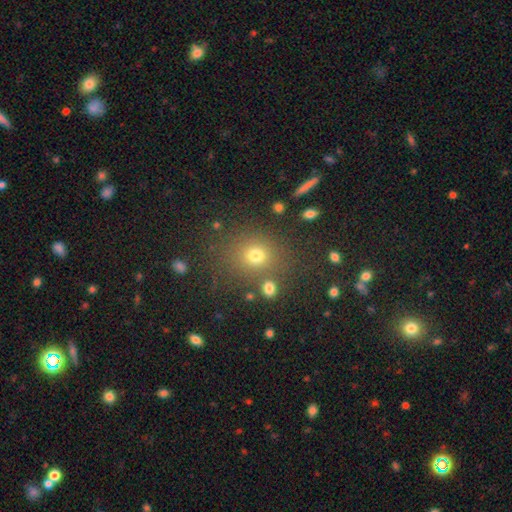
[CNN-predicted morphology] The model was most divided on "smooth or featured": smooth: 71%, star or artifact: 20%, featured or disk: 9%. More confident: merging — none (76%); how rounded — round (76%).